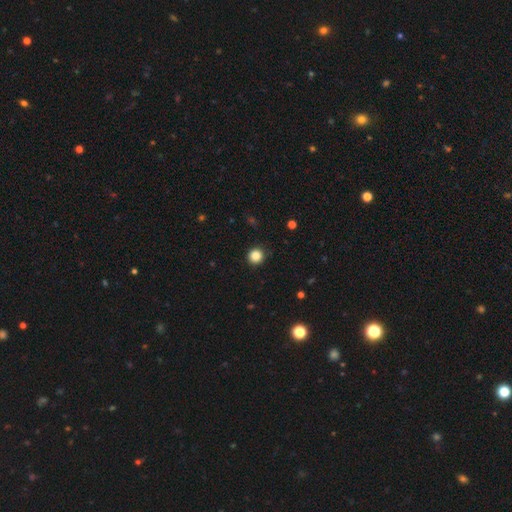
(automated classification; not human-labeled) The model was most divided on "smooth or featured": smooth: 85%, star or artifact: 12%, featured or disk: 4%. More confident: how rounded — round (94%); merging — none (92%).